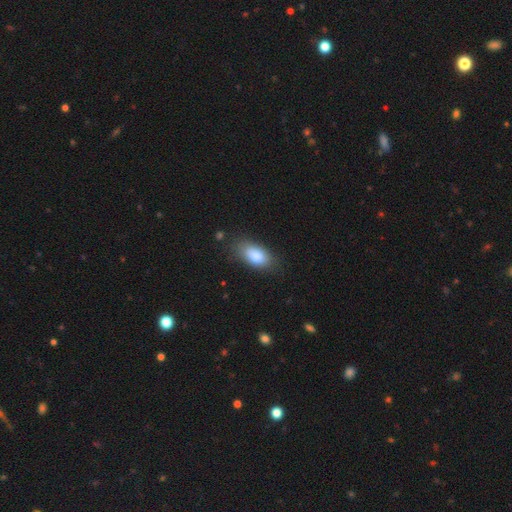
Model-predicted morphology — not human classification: smooth-or-featured: smooth: 84% | featured or disk: 9% | star or artifact: 7%
  how-rounded: in between: 91% | cigar-shaped: 5% | round: 4%
  merging: none: 78% | minor disturbance: 16% | major disturbance: 4% | merger: 2%